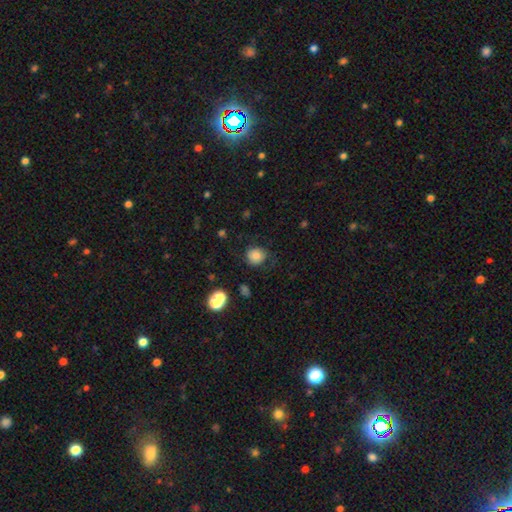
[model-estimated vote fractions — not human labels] Smooth or featured? Predicted: smooth (p=0.80). How rounded? Predicted: round (p=0.82). Merging? Predicted: none (p=0.68).